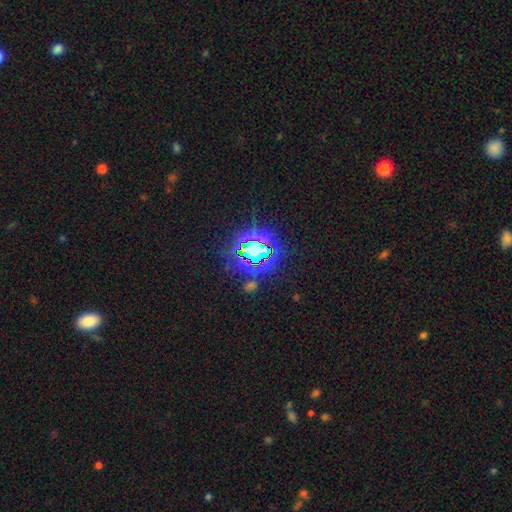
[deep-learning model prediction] Morphology: type=star or artifact (79%).